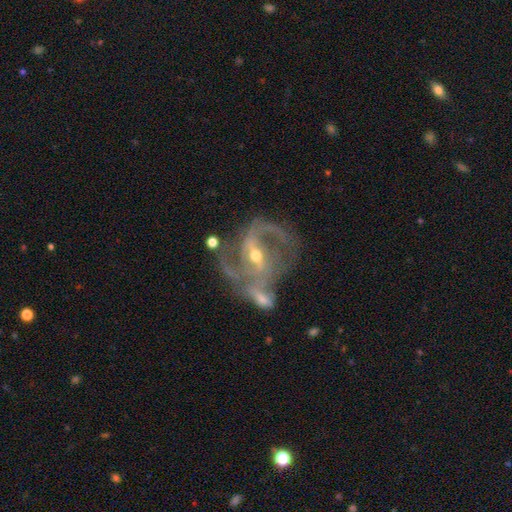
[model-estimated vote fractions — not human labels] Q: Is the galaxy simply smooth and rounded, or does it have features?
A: featured or disk — 90%.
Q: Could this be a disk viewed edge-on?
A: no — 97%.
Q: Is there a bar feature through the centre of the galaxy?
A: strong — 45%.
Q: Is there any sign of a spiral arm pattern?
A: yes — 96%.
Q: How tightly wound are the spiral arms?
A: medium — 57%.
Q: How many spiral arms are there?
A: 2 — 72%.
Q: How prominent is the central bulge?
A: moderate — 51%.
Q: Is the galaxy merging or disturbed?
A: none — 44%.